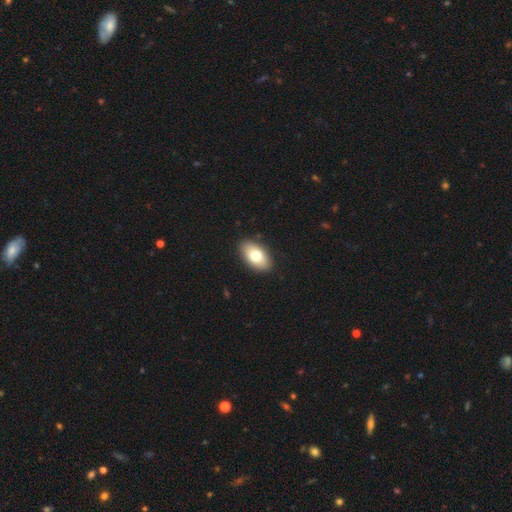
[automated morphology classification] Overall: smooth (75%). How rounded: in between (93%). Merging: none (89%).